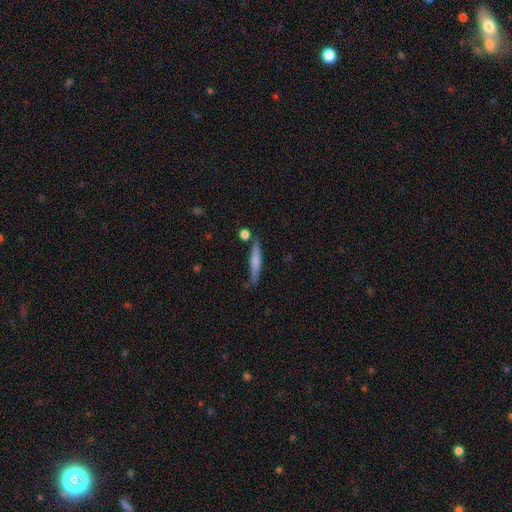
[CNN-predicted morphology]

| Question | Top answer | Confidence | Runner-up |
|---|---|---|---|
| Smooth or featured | featured or disk | 51% | smooth (34%) |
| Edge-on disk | yes | 85% | no (15%) |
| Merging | none | 70% | minor disturbance (16%) |